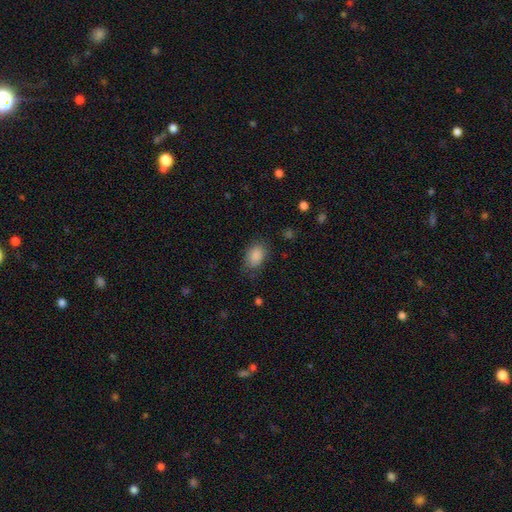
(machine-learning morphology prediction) This is clearly a smooth galaxy (88%). How rounded: clearly in between (84%). Merging: likely none (73%).